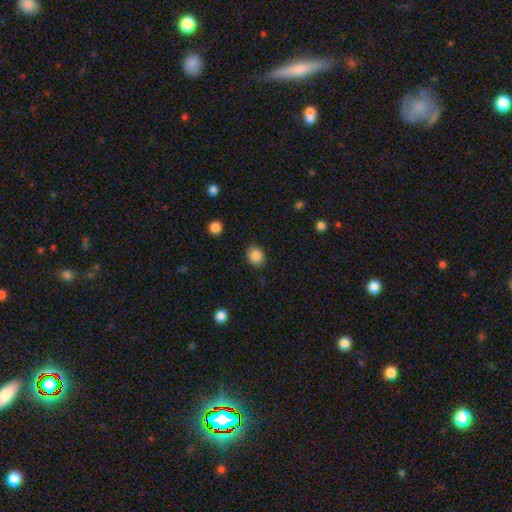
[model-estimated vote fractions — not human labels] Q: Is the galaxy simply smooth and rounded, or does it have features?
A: smooth — 87%.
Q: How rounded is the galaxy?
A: round — 69%.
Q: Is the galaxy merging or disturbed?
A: none — 88%.